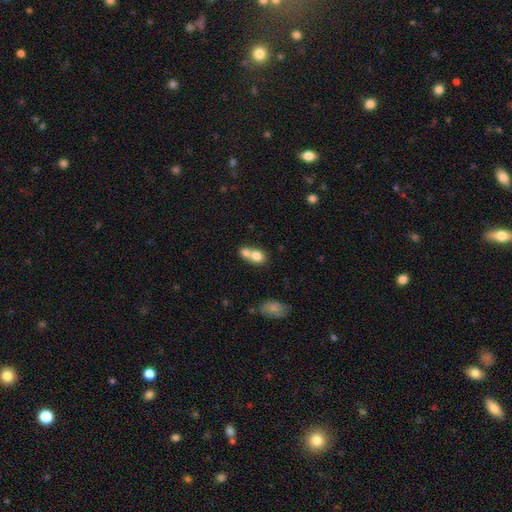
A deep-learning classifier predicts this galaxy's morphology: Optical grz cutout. It shows a smooth galaxy with no disk features (75%) that is round (59%). Merging: merger (67%).